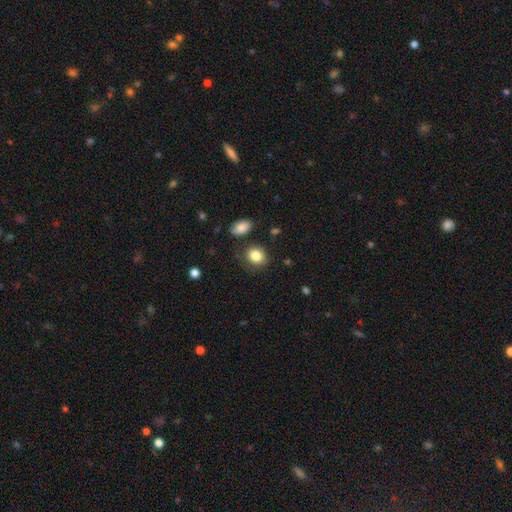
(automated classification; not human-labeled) Q: Smooth or featured?
A: smooth (84%); runner-up: star or artifact (9%)
Q: How rounded?
A: round (63%); runner-up: in between (36%)
Q: Merging?
A: none (76%); runner-up: minor disturbance (15%)